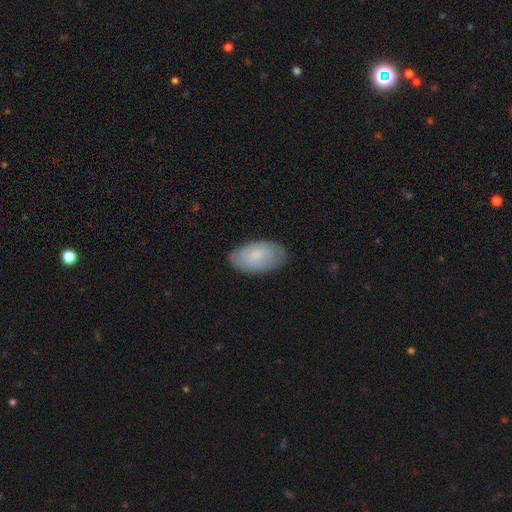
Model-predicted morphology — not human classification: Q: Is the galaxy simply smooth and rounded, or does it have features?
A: smooth — 65%.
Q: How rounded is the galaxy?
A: in between — 94%.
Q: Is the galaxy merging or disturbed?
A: none — 80%.